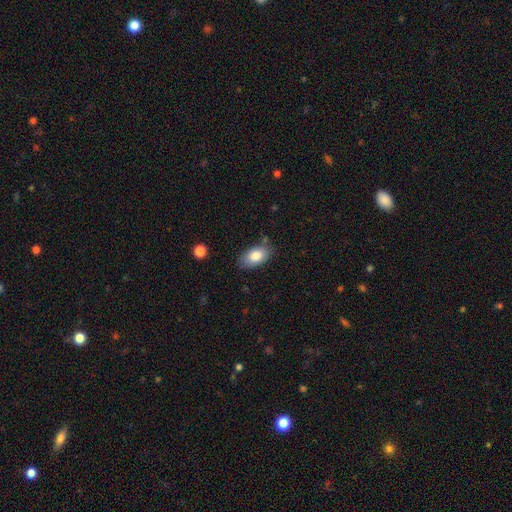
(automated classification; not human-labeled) Smooth or featured?
  - smooth: 83% *
  - featured or disk: 10%
  - star or artifact: 7%
How rounded?
  - in between: 92% *
  - round: 6%
  - cigar-shaped: 2%
Merging?
  - none: 77% *
  - minor disturbance: 17%
  - major disturbance: 4%
  - merger: 3%